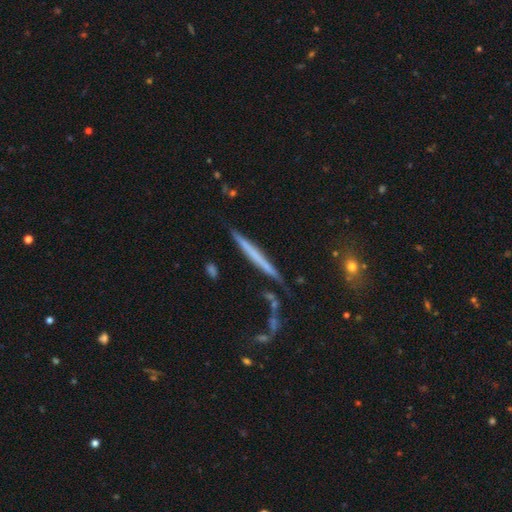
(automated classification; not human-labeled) The model was most divided on "smooth or featured": featured or disk: 48%, smooth: 45%, star or artifact: 7%. More confident: merging — none (82%).